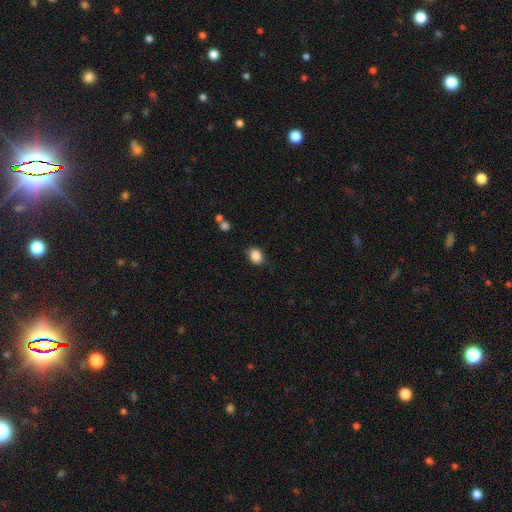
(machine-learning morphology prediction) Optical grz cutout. It shows a smooth galaxy with no disk features (85%) that is in between round and cigar-shaped (54%). Merging: none (79%).